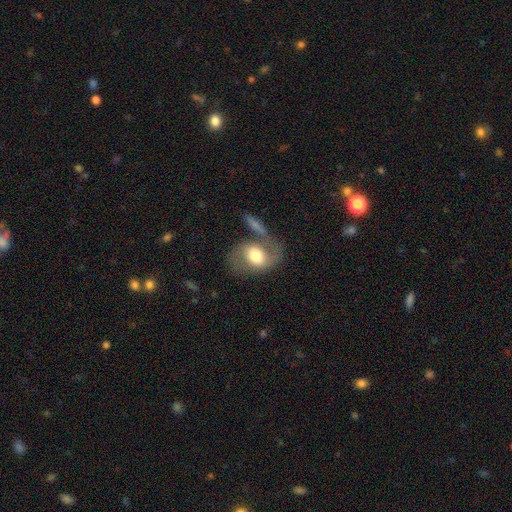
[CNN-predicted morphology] smooth-or-featured: featured or disk: 52% | smooth: 41% | star or artifact: 7%
  disk-edge-on: no: 95% | yes: 5%
  merging: none: 48% | minor disturbance: 20% | merger: 17% | major disturbance: 15%